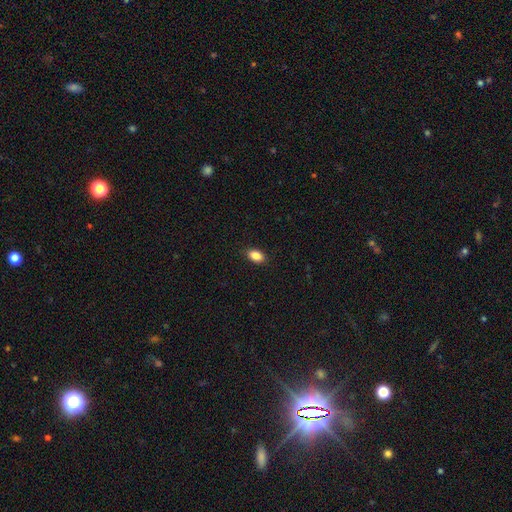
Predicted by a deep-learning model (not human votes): Smooth or featured?
  - smooth: 87% *
  - star or artifact: 8%
  - featured or disk: 4%
How rounded?
  - in between: 89% *
  - round: 9%
  - cigar-shaped: 2%
Merging?
  - none: 89% *
  - minor disturbance: 8%
  - major disturbance: 2%
  - merger: 1%